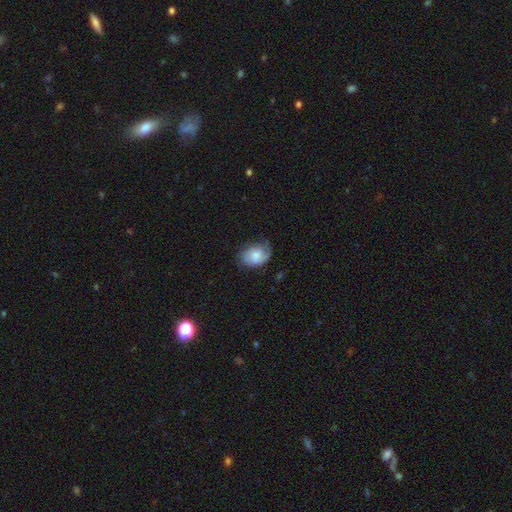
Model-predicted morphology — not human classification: This is possibly a smooth galaxy (57%). How rounded: likely in between (71%). Merging: possibly none (55%).